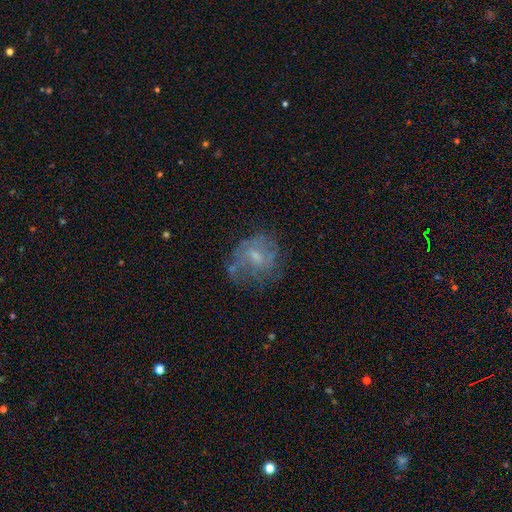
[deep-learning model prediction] Smooth or featured: featured or disk — 60% (smooth — 28%)
Edge-on disk: no — 97% (yes — 3%)
Bar: no — 53% (weak — 41%)
Spiral arms: yes — 60% (no — 40%)
Bulge size: small — 52% (moderate — 33%)
Merging: none — 55% (minor disturbance — 22%)